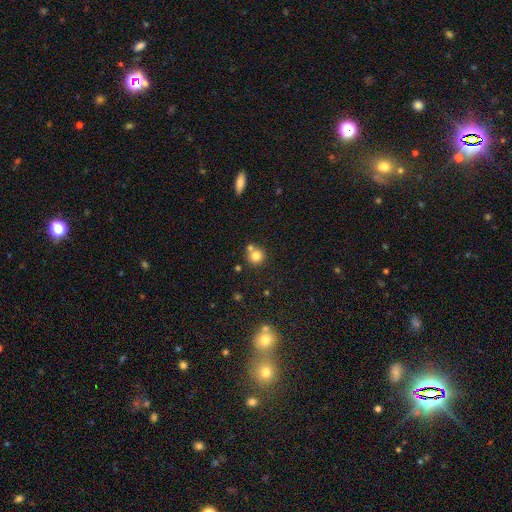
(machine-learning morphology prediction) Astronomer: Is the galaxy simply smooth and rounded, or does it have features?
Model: smooth — 78%.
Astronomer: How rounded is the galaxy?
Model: round — 91%.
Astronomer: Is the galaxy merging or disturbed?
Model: none — 61%.